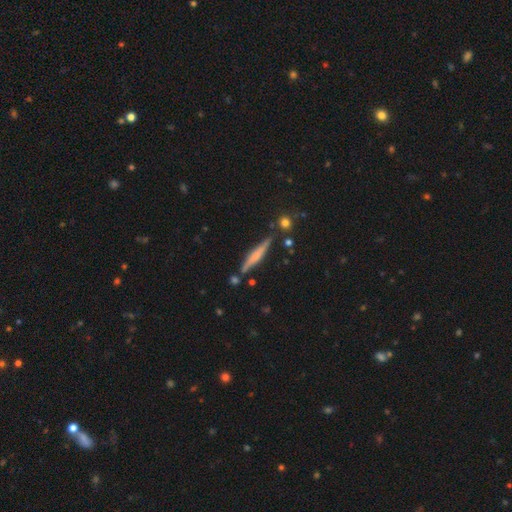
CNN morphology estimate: smooth_or_featured: featured or disk (p=0.50) [alt: smooth p=0.43]
merging: none (p=0.80) [alt: minor disturbance p=0.12]